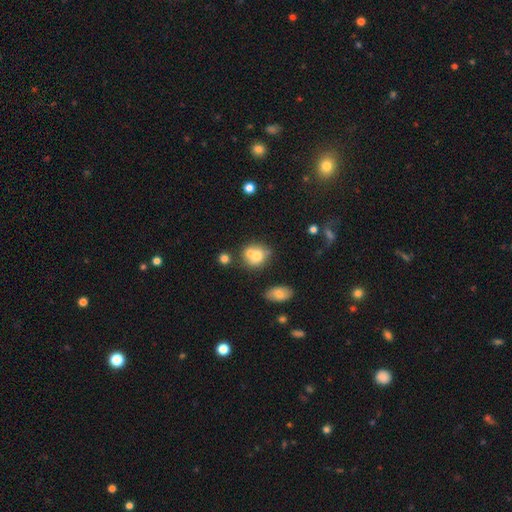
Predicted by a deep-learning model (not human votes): smooth 70%, featured or disk 19%, star or artifact 11%. Down the decision tree: how rounded — round (72%); merging — merger (41%, tied with none).